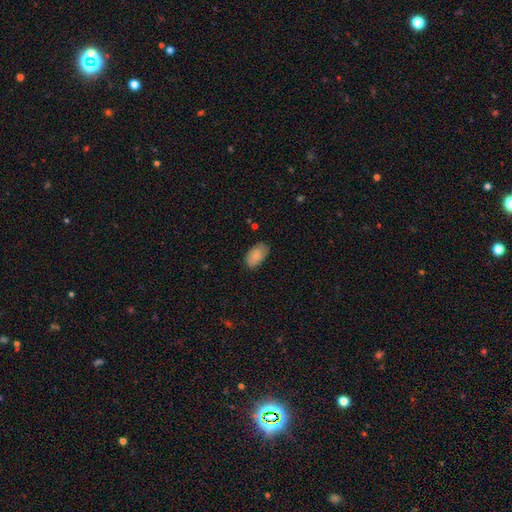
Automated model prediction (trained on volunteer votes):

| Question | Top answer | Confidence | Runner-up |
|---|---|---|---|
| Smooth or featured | smooth | 86% | featured or disk (8%) |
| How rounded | in between | 94% | round (5%) |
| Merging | none | 79% | minor disturbance (17%) |